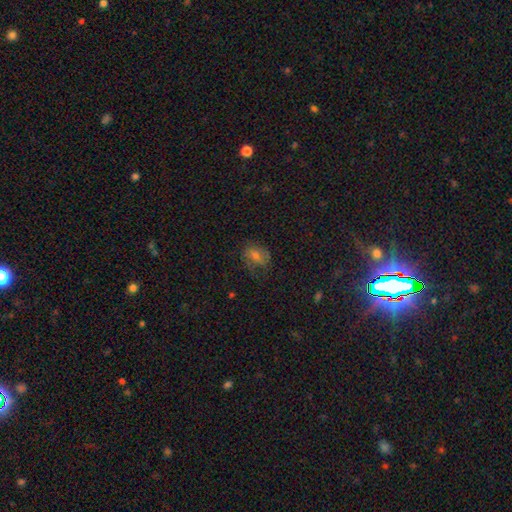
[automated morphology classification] Smooth or featured?
  - smooth: 45% *
  - featured or disk: 30%
  - star or artifact: 25%
Merging?
  - none: 65% *
  - minor disturbance: 21%
  - major disturbance: 12%
  - merger: 2%